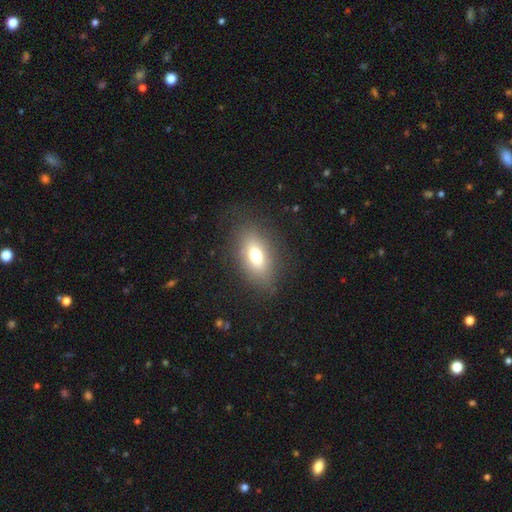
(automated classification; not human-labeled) smooth_or_featured: smooth (p=0.68) [alt: featured or disk p=0.20]
how_rounded: in between (p=0.81) [alt: round p=0.12]
merging: none (p=0.79) [alt: minor disturbance p=0.13]